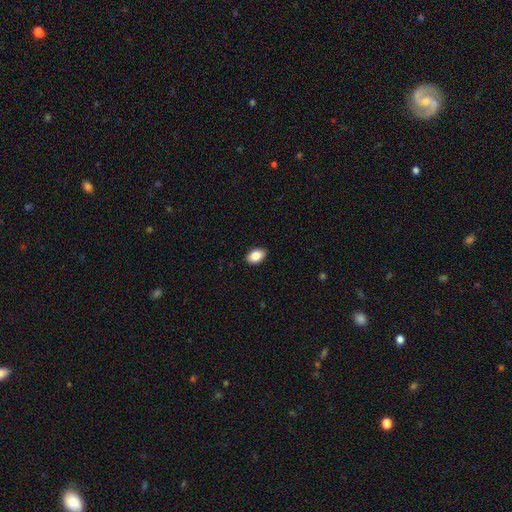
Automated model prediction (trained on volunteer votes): This is clearly a smooth galaxy (87%). How rounded: clearly in between (88%). Merging: clearly none (88%).